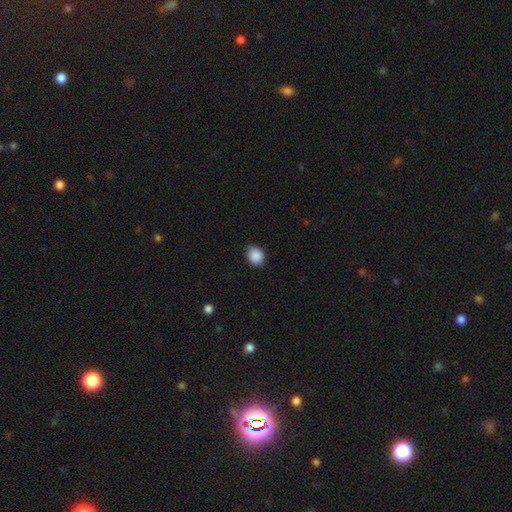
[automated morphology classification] This appears to be a smooth galaxy with no disk features (89%) that is round (60%). Merging: none (78%).